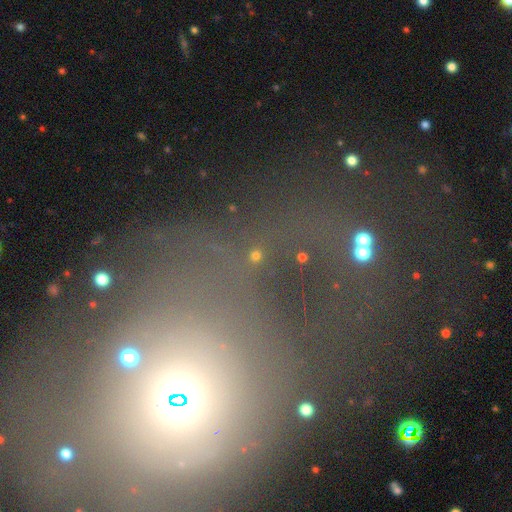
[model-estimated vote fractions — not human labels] This appears to be a star or artifact, not a galaxy (58%).